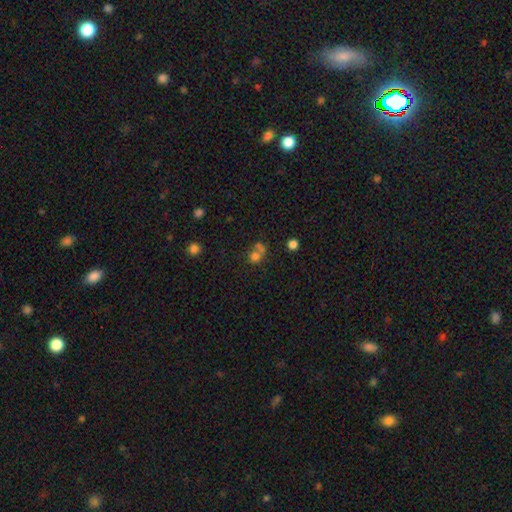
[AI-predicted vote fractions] A smooth galaxy with no disk features (68%) that is round (76%).

Vote fractions:
- Smooth or featured? smooth: 68% / star or artifact: 18% / featured or disk: 14%
- How rounded? round: 76% / in between: 23% / cigar-shaped: 1%
- Merging? merger: 50% / none: 34% / minor disturbance: 9% / major disturbance: 7%